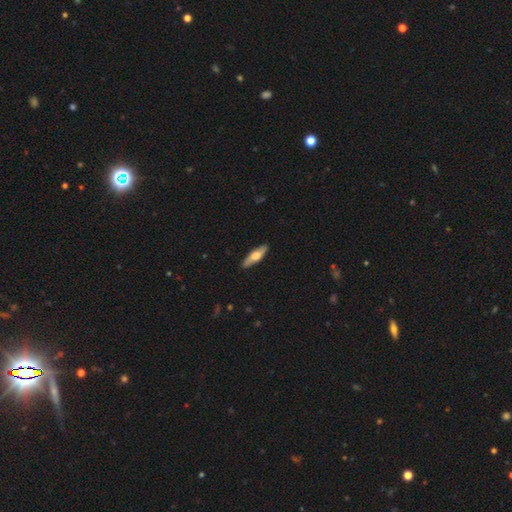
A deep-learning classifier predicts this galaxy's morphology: Smooth or featured: smooth — 51% (featured or disk — 44%)
How rounded: cigar-shaped — 59% (in between — 38%)
Merging: none — 88% (minor disturbance — 9%)